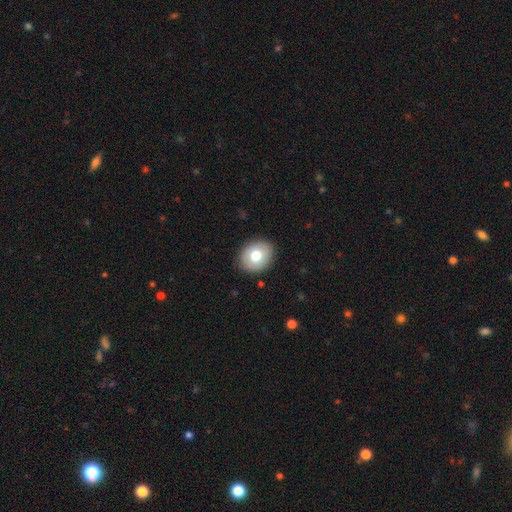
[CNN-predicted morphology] Q: Smooth or featured?
A: smooth (75%); runner-up: featured or disk (17%)
Q: How rounded?
A: round (57%); runner-up: in between (42%)
Q: Merging?
A: none (89%); runner-up: minor disturbance (8%)